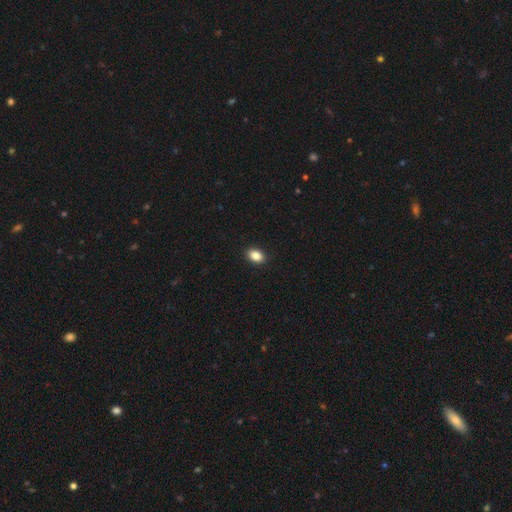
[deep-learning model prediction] smooth_or_featured: smooth (p=0.87) [alt: star or artifact p=0.09]
how_rounded: in between (p=0.81) [alt: round p=0.18]
merging: none (p=0.91) [alt: minor disturbance p=0.06]